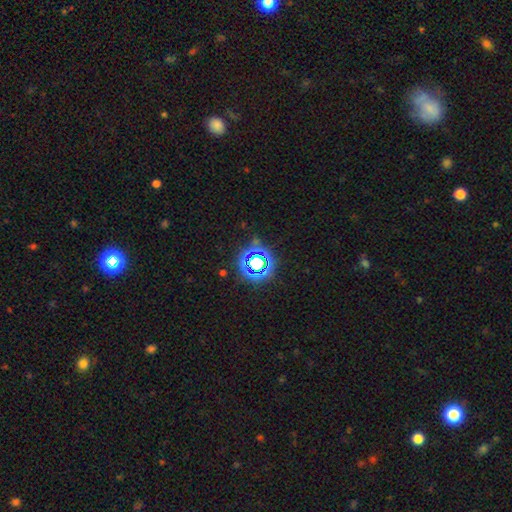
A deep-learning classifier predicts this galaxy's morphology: This appears to be a star or artifact, not a galaxy (77%).